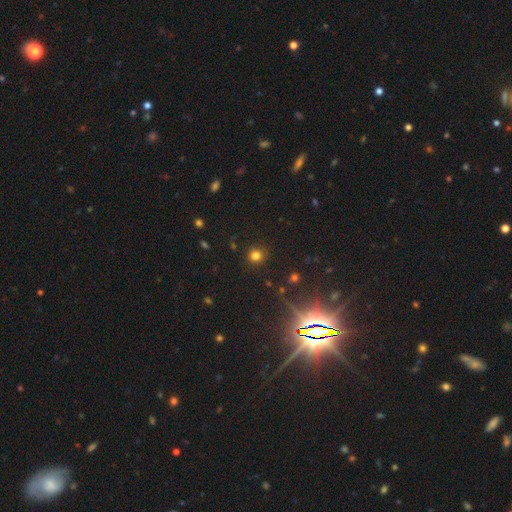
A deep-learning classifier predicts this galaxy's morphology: Smooth or featured? smooth (77%)
How rounded? round (92%)
Merging? none (90%)